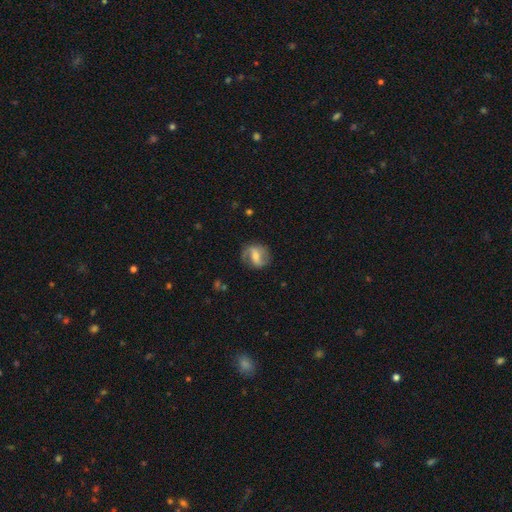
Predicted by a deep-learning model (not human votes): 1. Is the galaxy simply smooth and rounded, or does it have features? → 65% featured or disk, 28% smooth, 7% star or artifact.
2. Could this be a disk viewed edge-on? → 96% no, 4% yes.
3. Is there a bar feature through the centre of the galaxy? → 44% weak, 35% strong, 21% no.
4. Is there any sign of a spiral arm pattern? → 85% yes, 15% no.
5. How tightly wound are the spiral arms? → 43% medium, 37% loose, 20% tight.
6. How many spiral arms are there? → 77% 2, 12% 1, 8% can't tell, 1% 3, 1% 4, 1% more than 4.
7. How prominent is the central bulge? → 48% moderate, 37% small, 7% large, 6% none, 1% dominant.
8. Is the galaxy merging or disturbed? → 73% none, 17% minor disturbance, 8% major disturbance, 2% merger.